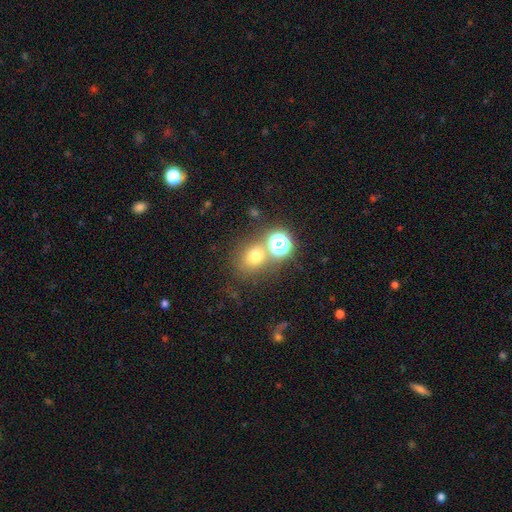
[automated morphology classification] smooth-or-featured: smooth: 68% | star or artifact: 22% | featured or disk: 10%
  how-rounded: round: 68% | in between: 31% | cigar-shaped: 1%
  merging: none: 64% | merger: 20% | minor disturbance: 11% | major disturbance: 5%